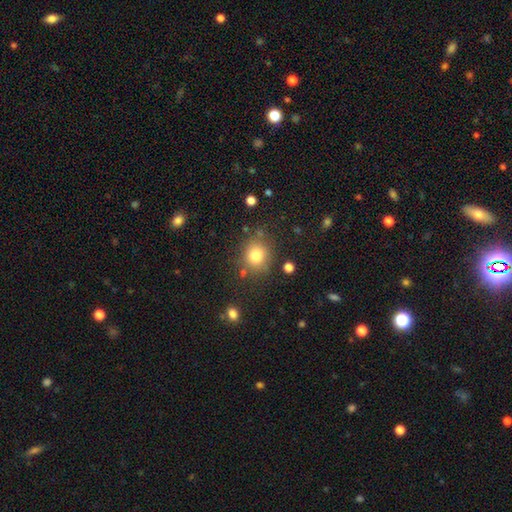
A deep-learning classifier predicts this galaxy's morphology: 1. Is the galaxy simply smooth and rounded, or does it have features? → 79% smooth, 12% star or artifact, 8% featured or disk.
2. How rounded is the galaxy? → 83% round, 16% in between, 1% cigar-shaped.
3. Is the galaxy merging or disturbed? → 78% none, 12% minor disturbance, 6% merger, 4% major disturbance.